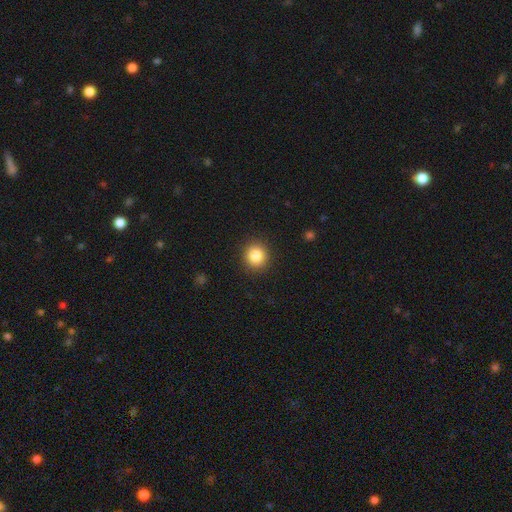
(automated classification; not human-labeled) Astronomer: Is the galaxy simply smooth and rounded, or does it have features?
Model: smooth — 85%.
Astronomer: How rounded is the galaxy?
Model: round — 89%.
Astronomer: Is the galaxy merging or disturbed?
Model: none — 91%.